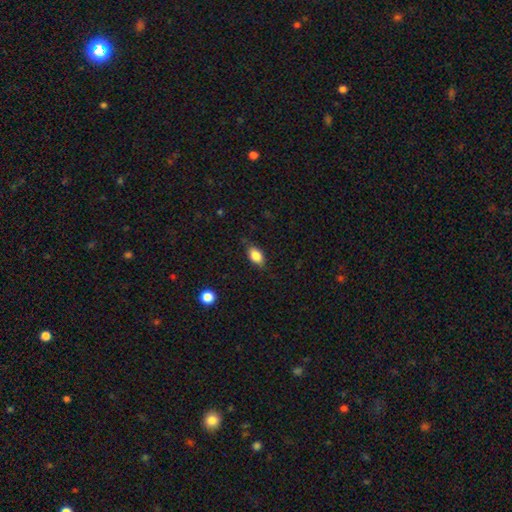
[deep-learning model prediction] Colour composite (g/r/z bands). It shows a smooth galaxy with no disk features (82%) that is in between round and cigar-shaped (85%). Merging: none (77%).